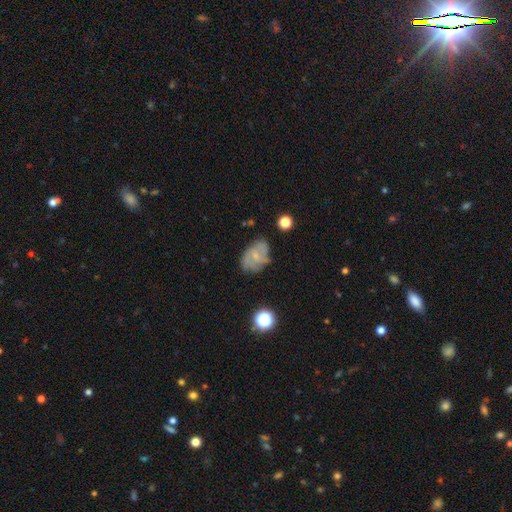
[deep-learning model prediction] smooth_or_featured: featured or disk (p=0.53) [alt: smooth p=0.36]
disk_edge_on: no (p=0.96) [alt: yes p=0.04]
bar: no (p=0.72) [alt: weak p=0.24]
has_spiral_arms: yes (p=0.70) [alt: no p=0.30]
bulge_size: small (p=0.71) [alt: moderate p=0.21]
merging: none (p=0.57) [alt: minor disturbance p=0.28]